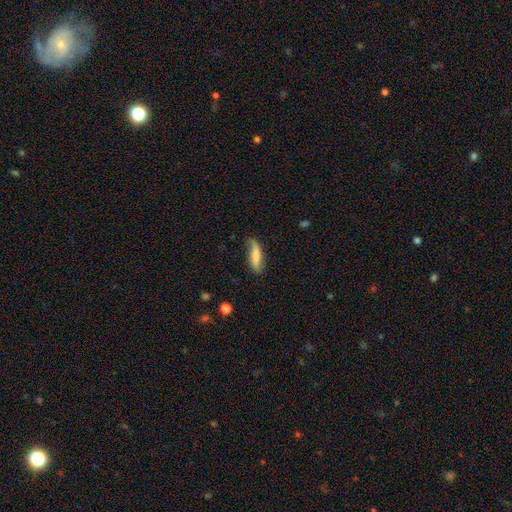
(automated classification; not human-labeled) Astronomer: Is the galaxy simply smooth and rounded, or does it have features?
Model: smooth — 71%.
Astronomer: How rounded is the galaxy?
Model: cigar-shaped — 56% (runner-up: in between, 42%).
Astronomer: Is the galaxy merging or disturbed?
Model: none — 61%.